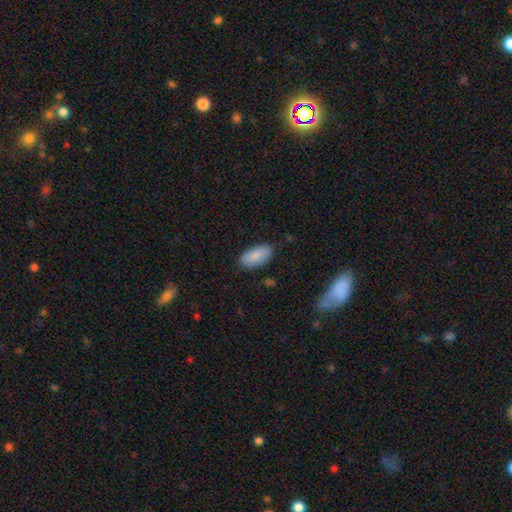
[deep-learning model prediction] The model was most divided on "merging": none: 81%, minor disturbance: 14%, major disturbance: 3%, merger: 2%. More confident: how rounded — in between (93%); smooth or featured — smooth (84%).